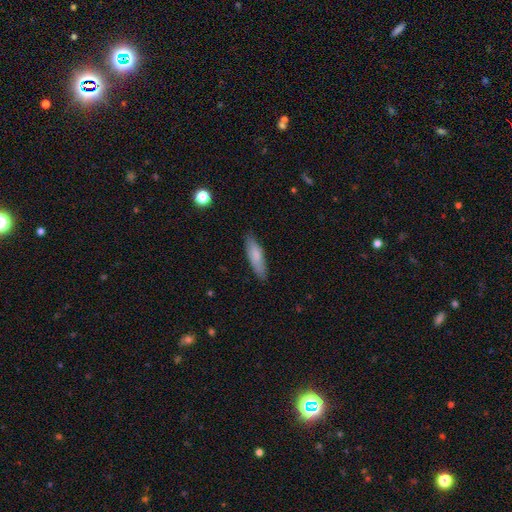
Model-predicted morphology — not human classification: Overall: smooth (79%). How rounded: cigar-shaped (58%; in between 40%). Merging: none (86%).